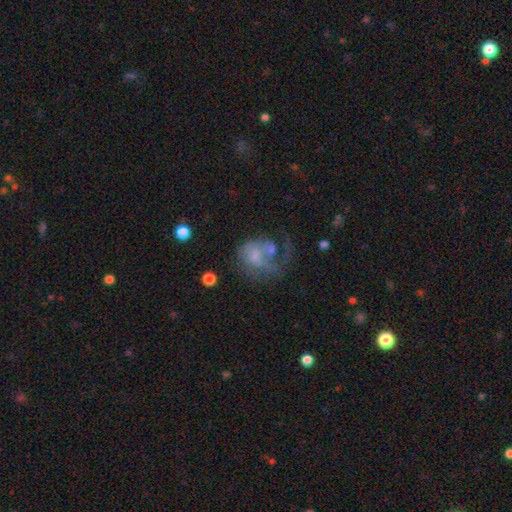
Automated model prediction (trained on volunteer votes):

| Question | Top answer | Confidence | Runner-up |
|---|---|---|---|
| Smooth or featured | featured or disk | 54% | smooth (35%) |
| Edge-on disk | no | 98% | yes (2%) |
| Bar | no | 74% | weak (22%) |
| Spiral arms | yes | 54% | no (46%) |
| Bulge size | small | 33% | none (30%) |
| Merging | major disturbance | 46% | none (21%) |